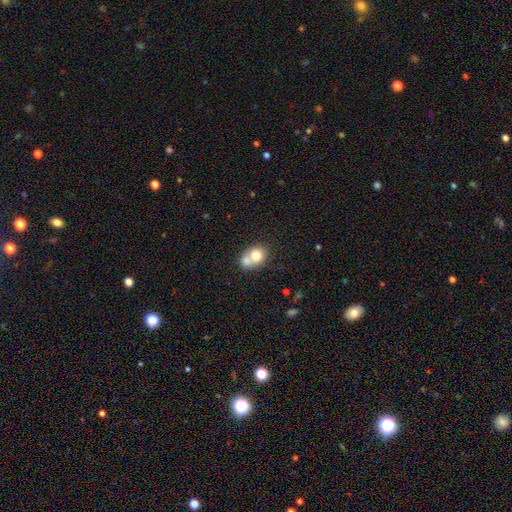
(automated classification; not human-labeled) A smooth galaxy with no disk features (72%) that is round (57%).

Vote fractions:
- Smooth or featured? smooth: 72% / featured or disk: 19% / star or artifact: 9%
- How rounded? round: 57% / in between: 42% / cigar-shaped: 1%
- Merging? merger: 64% / none: 25% / minor disturbance: 8% / major disturbance: 4%